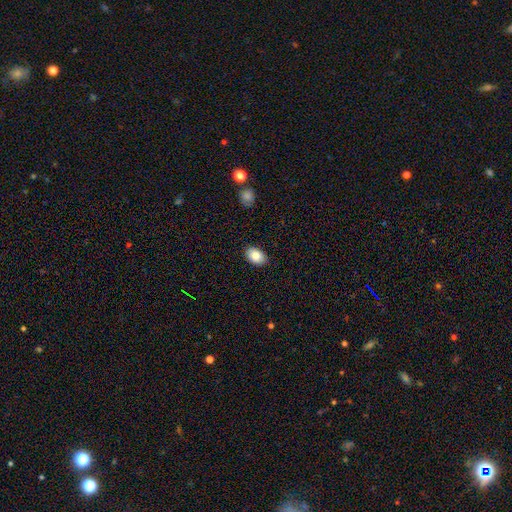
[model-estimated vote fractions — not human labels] Morphology: type=smooth (83%); roundness=in between (85%); merging=none (88%).